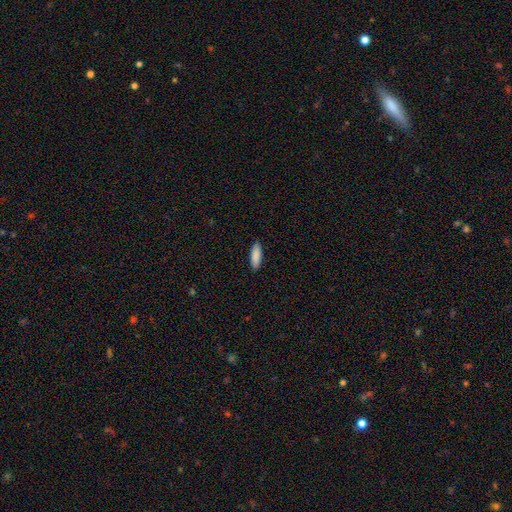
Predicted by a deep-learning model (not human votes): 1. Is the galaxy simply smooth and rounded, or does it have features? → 89% smooth, 6% star or artifact, 5% featured or disk.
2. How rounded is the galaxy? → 49% cigar-shaped (tied), 49% in between (tied), 2% round.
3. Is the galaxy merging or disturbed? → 90% none, 7% minor disturbance, 2% major disturbance, 1% merger.